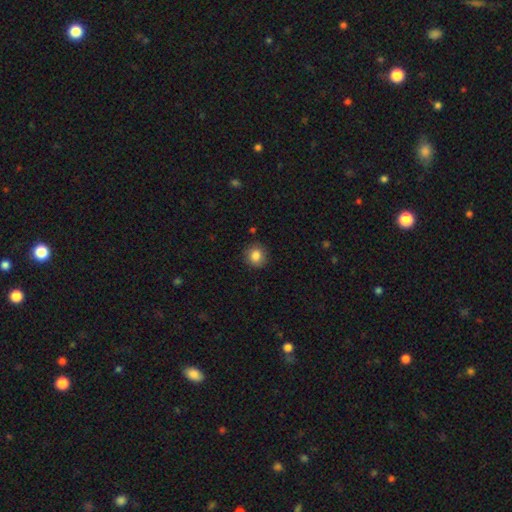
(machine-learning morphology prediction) smooth_or_featured: smooth (p=0.85) [alt: star or artifact p=0.09]
how_rounded: round (p=0.87) [alt: in between p=0.12]
merging: none (p=0.89) [alt: minor disturbance p=0.08]